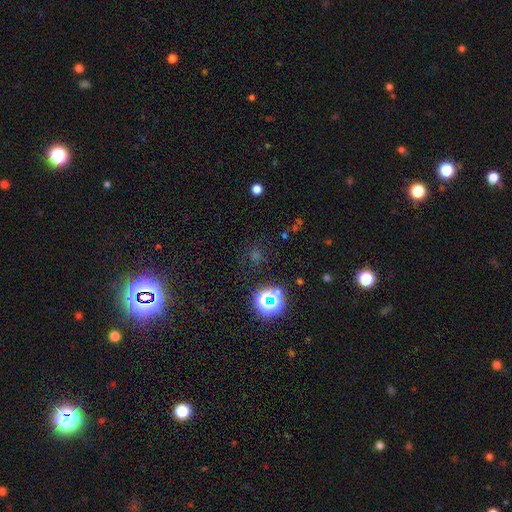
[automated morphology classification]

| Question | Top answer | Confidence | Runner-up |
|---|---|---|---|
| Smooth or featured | star or artifact | 65% | smooth (28%) |